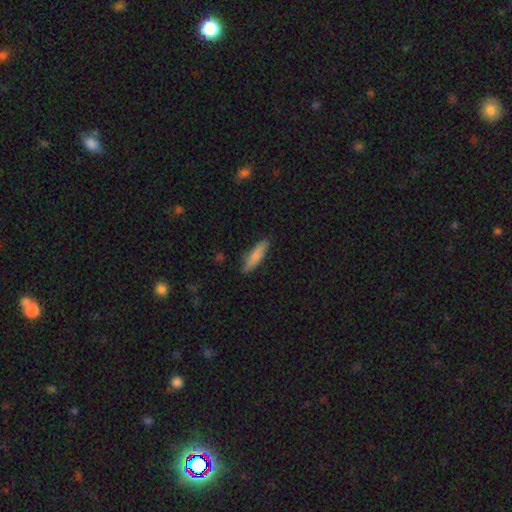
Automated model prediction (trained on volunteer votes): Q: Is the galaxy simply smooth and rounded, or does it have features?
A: smooth — 81%.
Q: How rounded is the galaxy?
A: cigar-shaped — 67%.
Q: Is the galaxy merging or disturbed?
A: none — 82%.